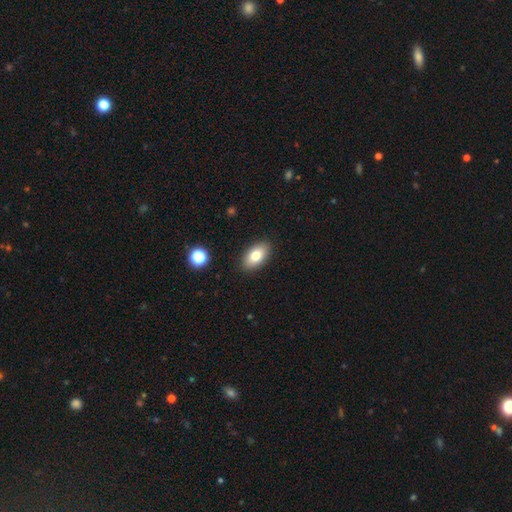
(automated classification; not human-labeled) Morphology: type=smooth (79%); roundness=in between (93%); merging=none (89%).